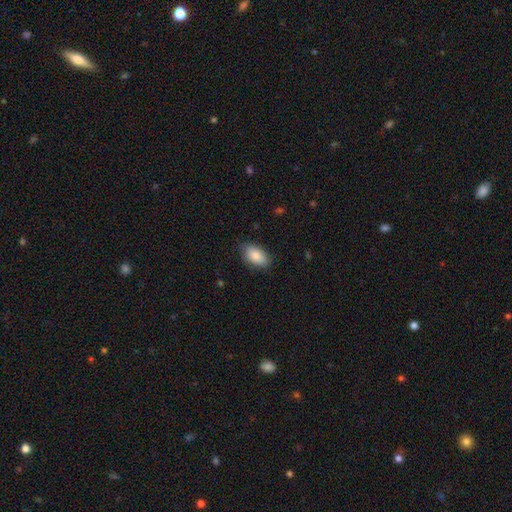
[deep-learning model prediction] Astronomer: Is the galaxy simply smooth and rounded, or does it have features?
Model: smooth — 87%.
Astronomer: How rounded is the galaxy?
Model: in between — 93%.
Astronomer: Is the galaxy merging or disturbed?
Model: none — 79%.